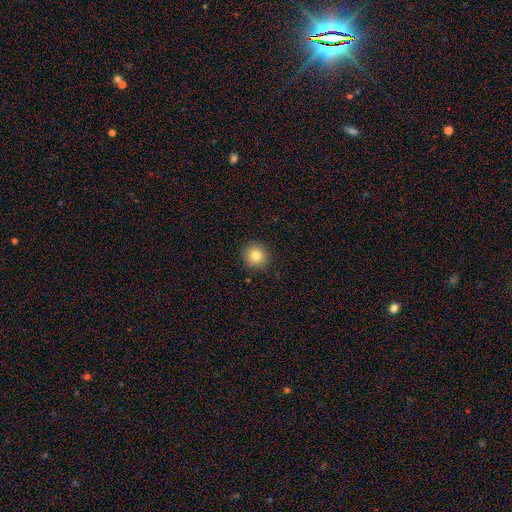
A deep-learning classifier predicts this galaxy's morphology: smooth-or-featured: smooth: 81% | star or artifact: 11% | featured or disk: 8%
  how-rounded: round: 91% | in between: 8% | cigar-shaped: 1%
  merging: none: 89% | minor disturbance: 7% | major disturbance: 2% | merger: 1%